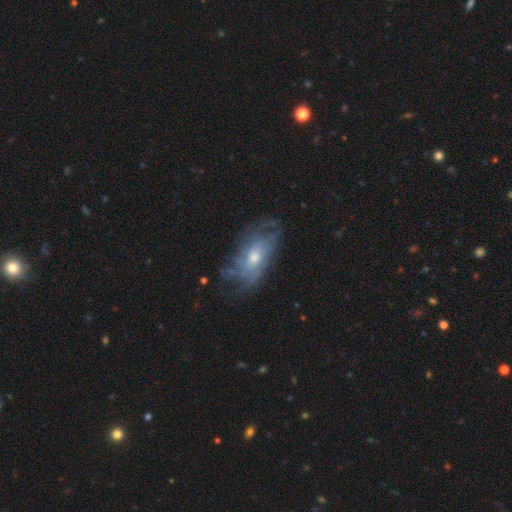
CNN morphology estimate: This is likely a featured or disk galaxy (64%). It is clearly not viewed edge-on (89%). Bar: likely no (72%). Spiral arm pattern: likely yes (71%). Central bulge: possibly moderate (54%). Merging: likely none (65%).